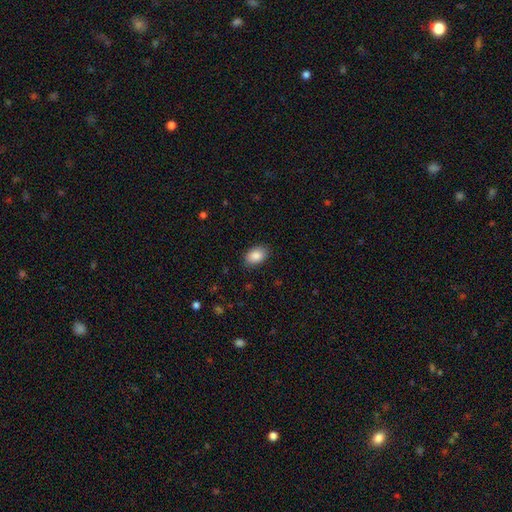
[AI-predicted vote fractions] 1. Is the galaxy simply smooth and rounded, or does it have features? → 88% smooth, 7% star or artifact, 5% featured or disk.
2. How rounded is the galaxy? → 88% in between, 11% round, 1% cigar-shaped.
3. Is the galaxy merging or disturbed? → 87% none, 10% minor disturbance, 2% major disturbance, 1% merger.